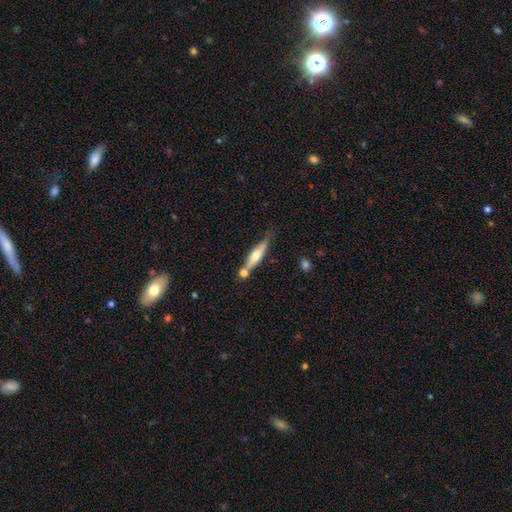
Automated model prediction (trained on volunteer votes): Morphology: type=smooth (50%); merging=none (61%).